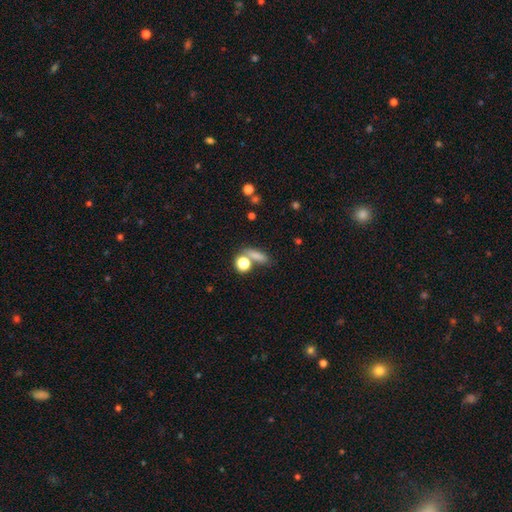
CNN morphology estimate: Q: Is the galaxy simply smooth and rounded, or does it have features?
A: smooth — 75%.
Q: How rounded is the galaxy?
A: in between — 40%.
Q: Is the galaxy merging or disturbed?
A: none — 60%.